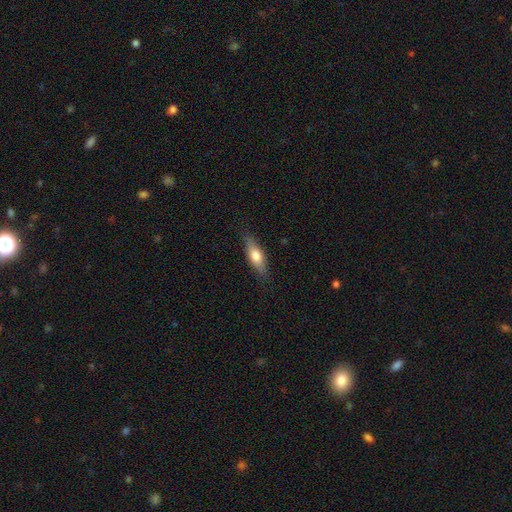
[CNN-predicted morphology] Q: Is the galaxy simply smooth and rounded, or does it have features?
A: smooth — 65%.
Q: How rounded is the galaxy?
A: in between — 59%.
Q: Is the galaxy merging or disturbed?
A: none — 81%.